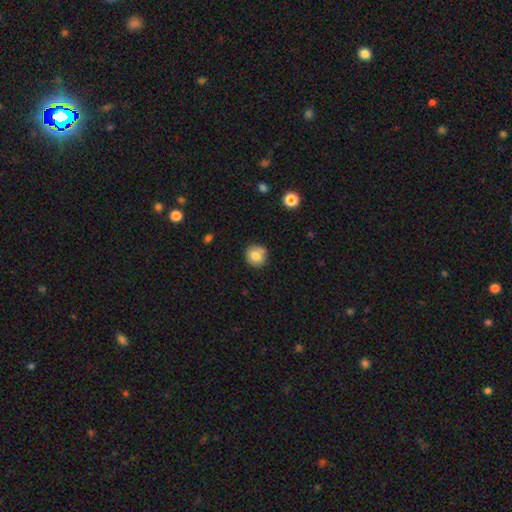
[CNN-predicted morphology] The model was most divided on "merging": none: 78%, minor disturbance: 15%, merger: 4%, major disturbance: 3%. More confident: how rounded — round (86%); smooth or featured — smooth (79%).